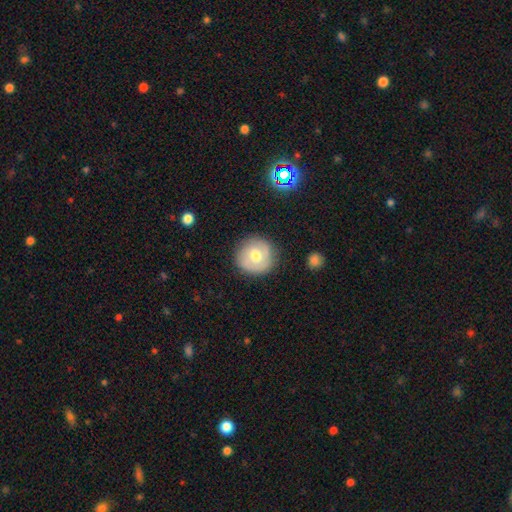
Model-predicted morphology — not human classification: Smooth or featured: smooth — 52% (featured or disk — 41%)
How rounded: round — 92% (in between — 7%)
Merging: none — 82% (minor disturbance — 13%)